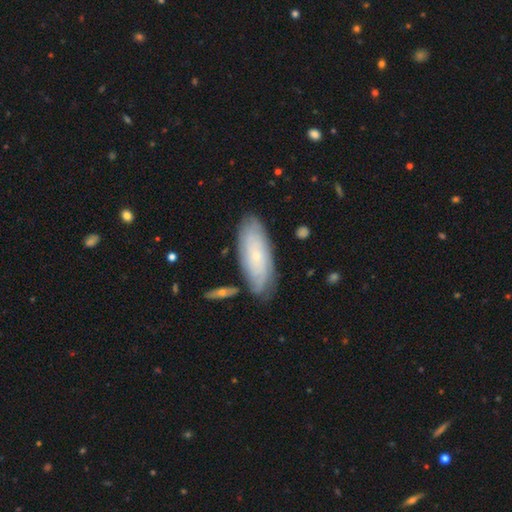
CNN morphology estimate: smooth_or_featured: featured or disk (p=0.51) [alt: smooth p=0.42]
disk_edge_on: no (p=0.83) [alt: yes p=0.17]
merging: none (p=0.78) [alt: minor disturbance p=0.15]